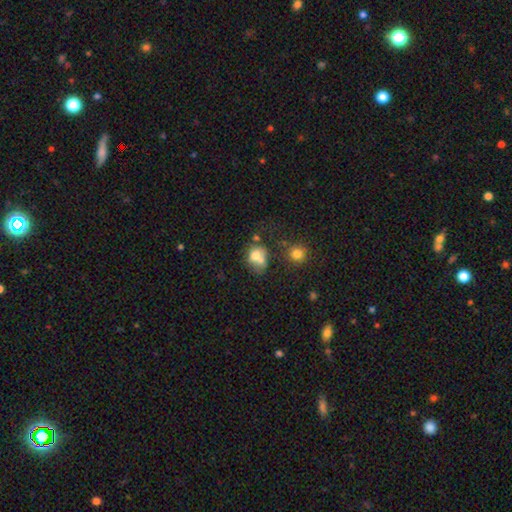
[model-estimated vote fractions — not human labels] This appears to be a smooth galaxy with no disk features (68%) that is round (53%). Merging: merger (48%).